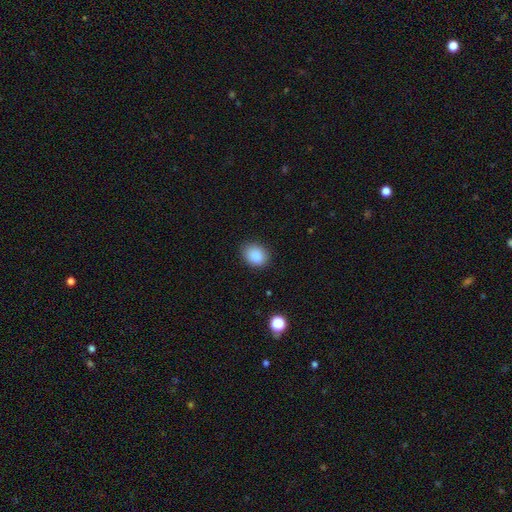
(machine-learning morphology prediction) type=smooth (88%); roundness=in between (56%); merging=none (84%).